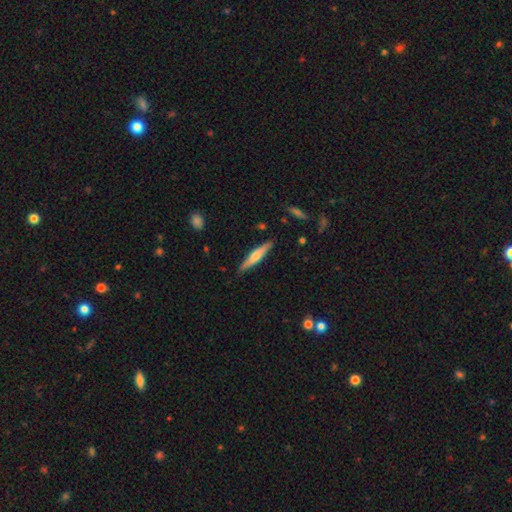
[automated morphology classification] smooth-or-featured: smooth: 50% | featured or disk: 44% | star or artifact: 6%
  merging: none: 87% | minor disturbance: 10% | major disturbance: 2% | merger: 1%